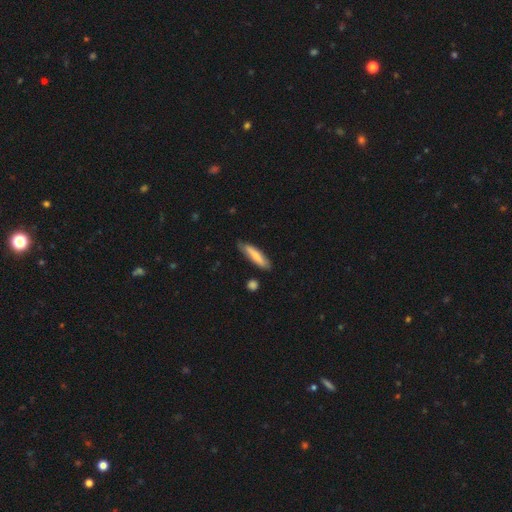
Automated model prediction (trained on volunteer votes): Smooth or featured? smooth (72%)
How rounded? cigar-shaped (77%)
Merging? none (78%)